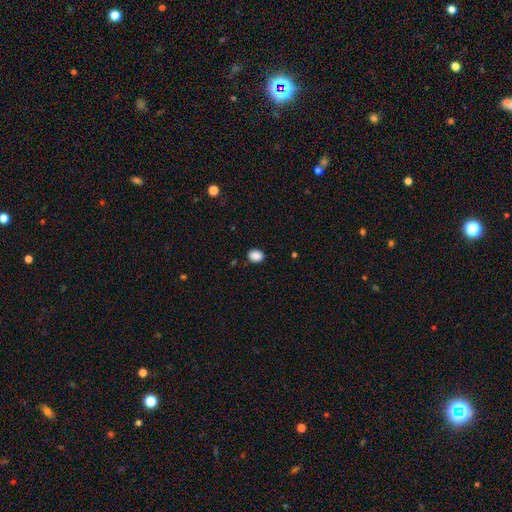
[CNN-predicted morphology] This is clearly a smooth galaxy (89%). How rounded: likely in between (63%). Merging: clearly none (87%).